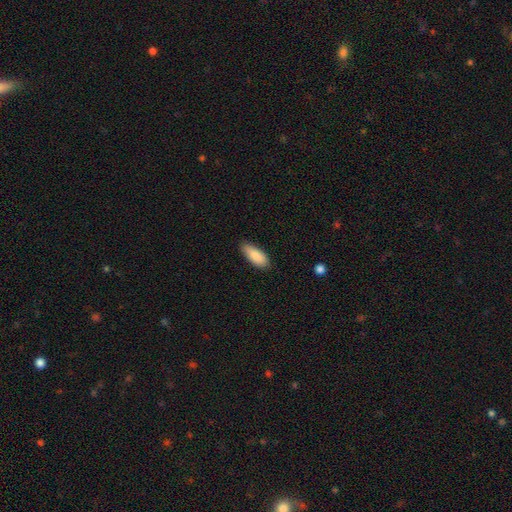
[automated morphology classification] type=smooth (88%); roundness=in between (79%); merging=none (82%).